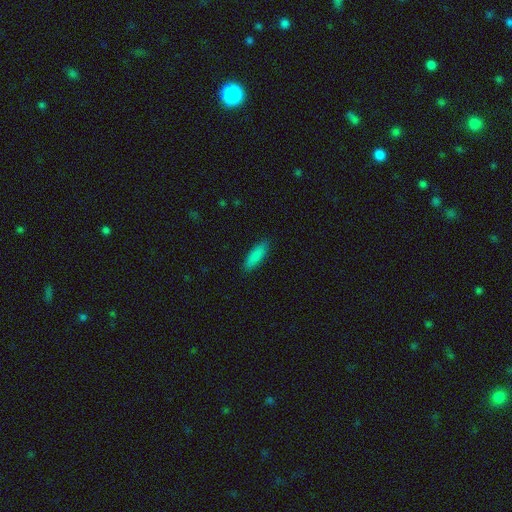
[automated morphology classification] Smooth or featured? smooth (88%)
How rounded? in between (50%)
Merging? none (88%)